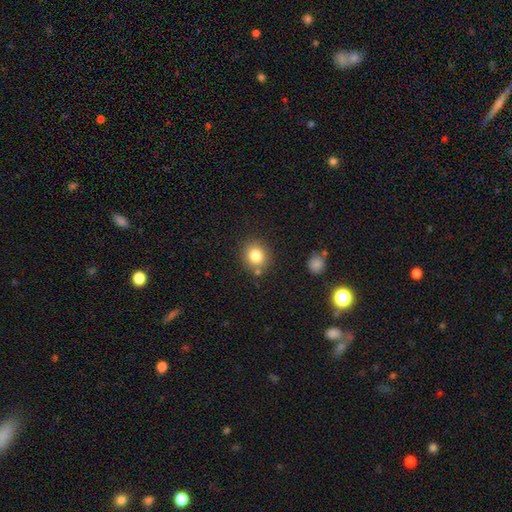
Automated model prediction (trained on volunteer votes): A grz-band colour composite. It shows a smooth galaxy with no disk features (82%) that is round (82%). Merging: none (81%).